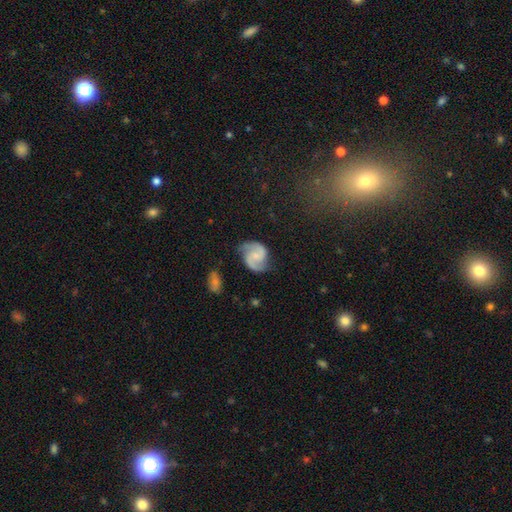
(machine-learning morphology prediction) featured or disk 86%, smooth 9%, star or artifact 5%. Down the decision tree: edge-on disk — no (98%); bar — no (54%); spiral arms — yes (97%); spiral arm count — 2 (93%); spiral winding — medium (55%); bulge size — small (55%); merging — none (75%).